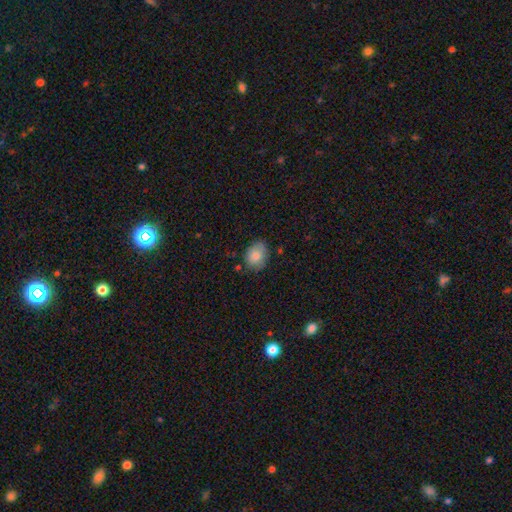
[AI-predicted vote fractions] Smooth or featured? Predicted: smooth (p=0.84). How rounded? Predicted: in between (p=0.63). Merging? Predicted: none (p=0.72).